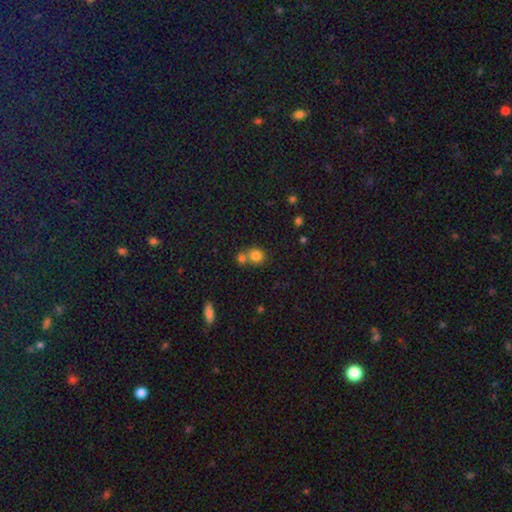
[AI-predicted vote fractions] Smooth or featured?
  - smooth: 81% *
  - star or artifact: 11%
  - featured or disk: 7%
How rounded?
  - round: 82% *
  - in between: 17%
  - cigar-shaped: 1%
Merging?
  - none: 48% *
  - merger: 42%
  - minor disturbance: 7%
  - major disturbance: 3%